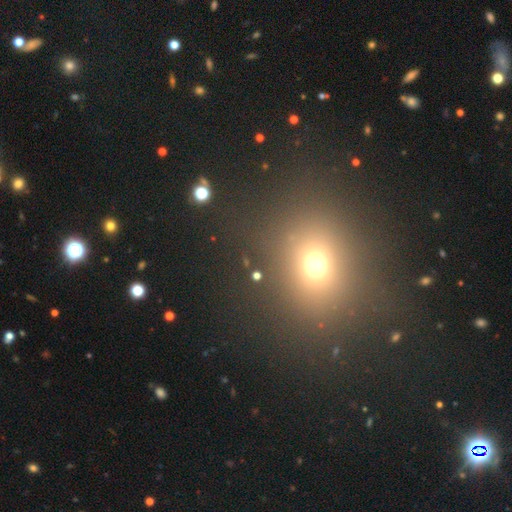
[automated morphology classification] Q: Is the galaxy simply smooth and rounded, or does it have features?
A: smooth — 56%.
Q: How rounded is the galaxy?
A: round — 71%.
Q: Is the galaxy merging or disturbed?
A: none — 87%.